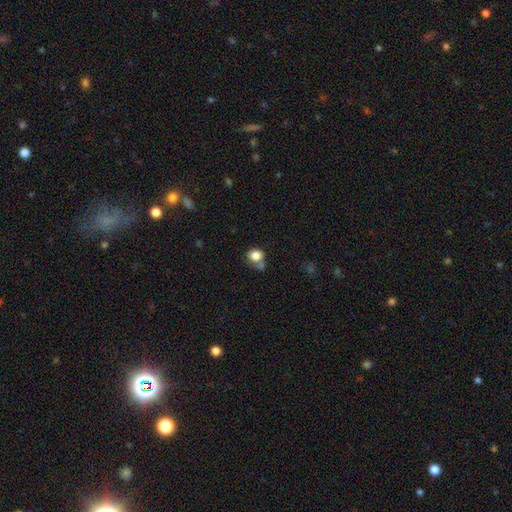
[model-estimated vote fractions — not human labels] A smooth galaxy with no disk features (82%) that is round (71%). Merging: none (47%).